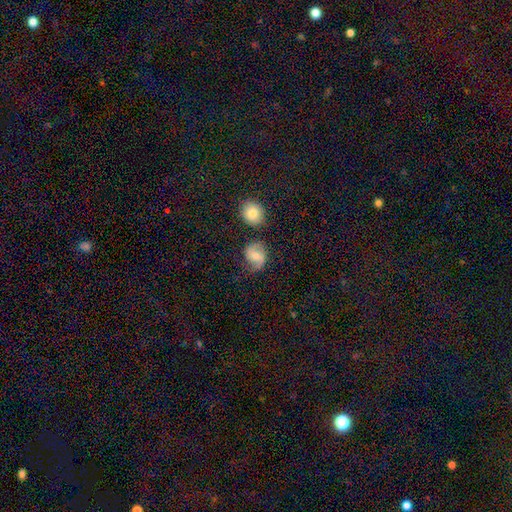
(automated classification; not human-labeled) The model was most divided on "bar": no: 48%, weak: 41%, strong: 11%. More confident: edge-on disk — no (98%); spiral arms — yes (89%); merging — none (65%); bulge size — moderate (57%); smooth or featured — featured or disk (57%).